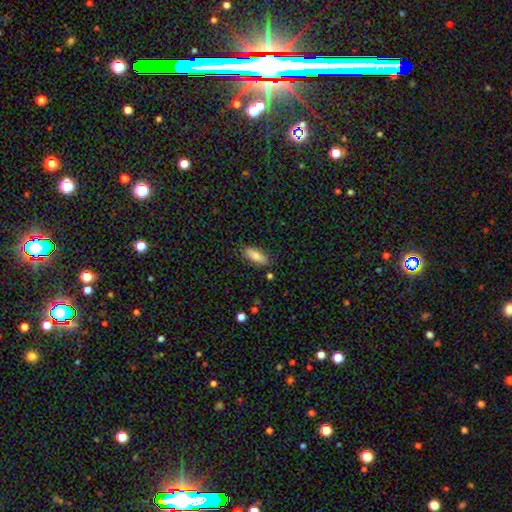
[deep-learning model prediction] smooth-or-featured: smooth: 81% | featured or disk: 12% | star or artifact: 7%
  how-rounded: in between: 75% | cigar-shaped: 23% | round: 2%
  merging: none: 84% | minor disturbance: 12% | major disturbance: 2% | merger: 2%